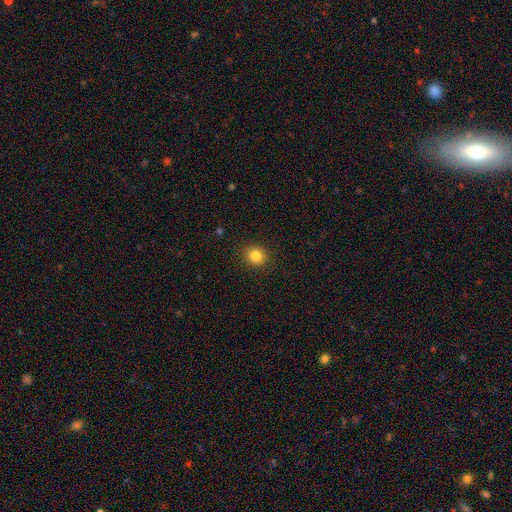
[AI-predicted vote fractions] Overall: smooth (83%). How rounded: round (81%). Merging: none (90%).